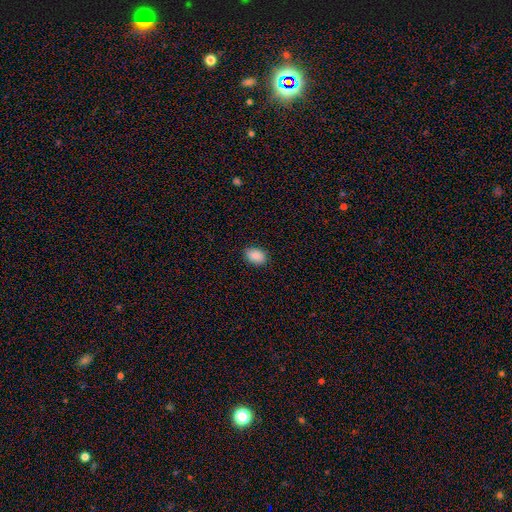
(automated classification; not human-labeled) Smooth or featured?
  - smooth: 90% *
  - star or artifact: 7%
  - featured or disk: 3%
How rounded?
  - in between: 85% *
  - round: 14%
  - cigar-shaped: 1%
Merging?
  - none: 88% *
  - minor disturbance: 9%
  - major disturbance: 2%
  - merger: 1%